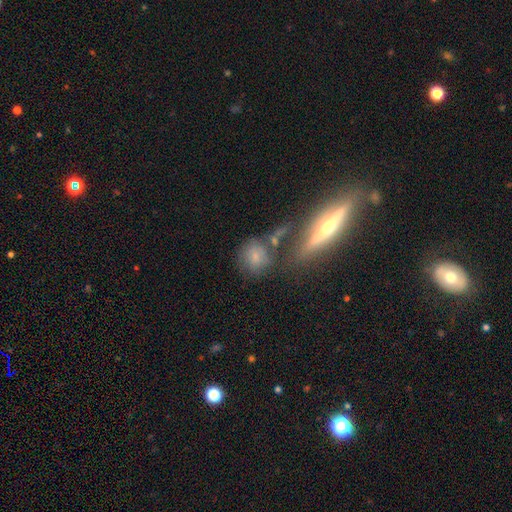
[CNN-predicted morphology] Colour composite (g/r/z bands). It shows a smooth galaxy with no disk features (67%) that is round (73%). Merging: none (54%).